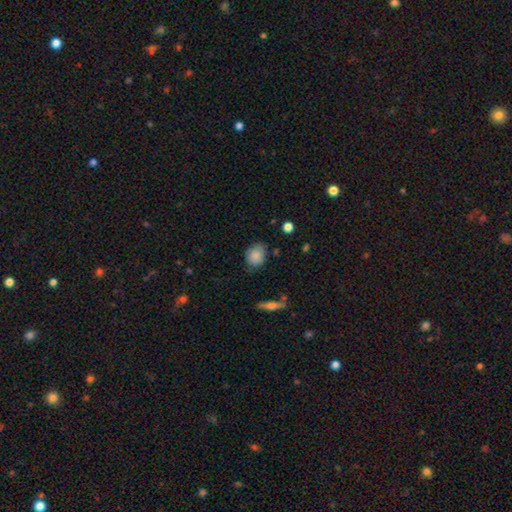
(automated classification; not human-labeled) The model was most divided on "how rounded": in between: 53%, round: 45%, cigar-shaped: 1%. More confident: smooth or featured — smooth (84%); merging — none (68%).